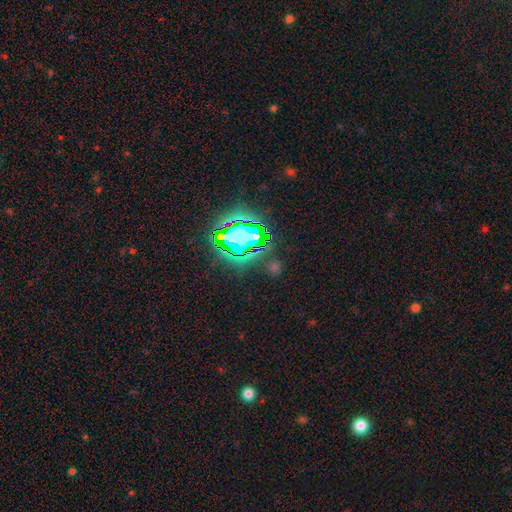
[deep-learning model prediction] Smooth or featured: star or artifact — 74% (smooth — 15%)